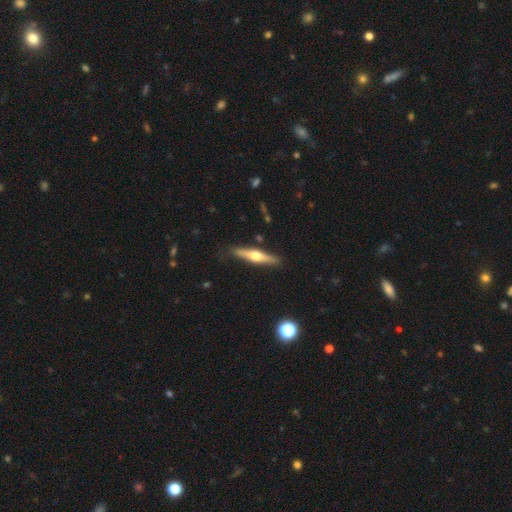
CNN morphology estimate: A featured or disk galaxy (62%) viewed edge-on (96%) with a rounded central bulge (94%).

Vote fractions:
- Smooth or featured? featured or disk: 62% / smooth: 33% / star or artifact: 5%
- Edge-on disk? yes: 96% / no: 4%
- Edge-on bulge? rounded: 94% / none: 3% / boxy: 3%
- Merging? none: 87% / minor disturbance: 9% / major disturbance: 2% / merger: 2%